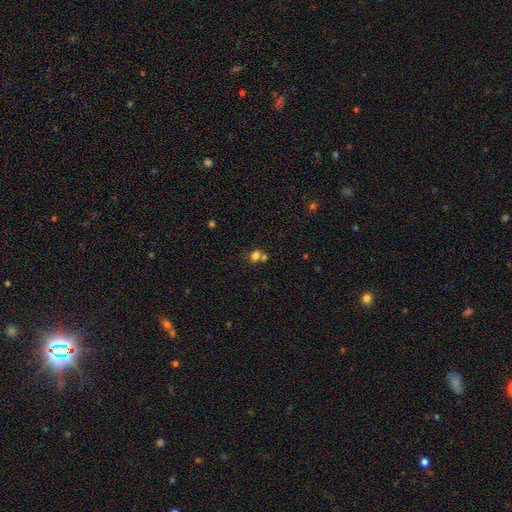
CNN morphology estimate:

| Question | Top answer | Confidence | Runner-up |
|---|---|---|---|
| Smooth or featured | smooth | 74% | star or artifact (15%) |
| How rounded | round | 60% | in between (39%) |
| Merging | none | 45% | merger (40%) |